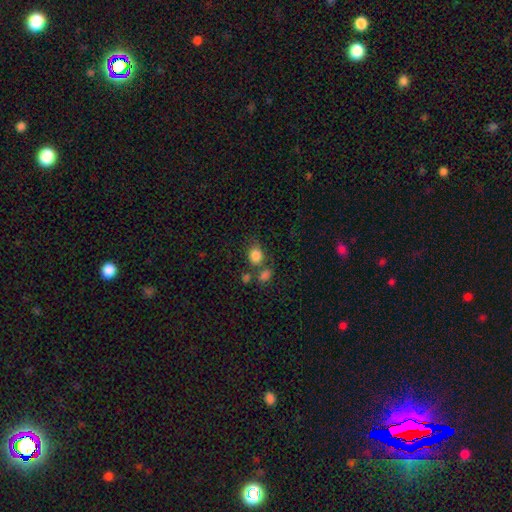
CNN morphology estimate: The model was most divided on "how rounded": round: 53%, in between: 46%, cigar-shaped: 1%. More confident: smooth or featured — smooth (83%); merging — none (53%).